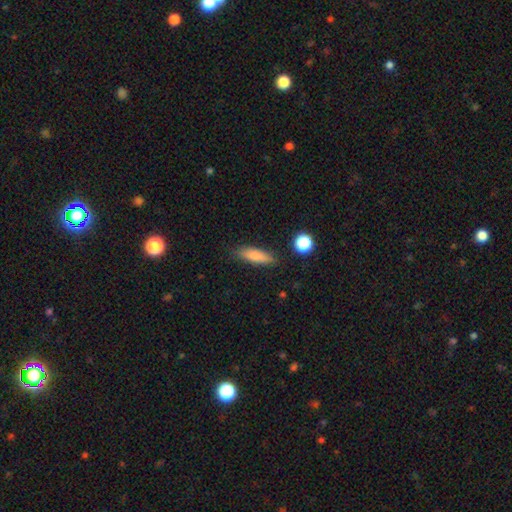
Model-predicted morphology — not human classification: Q: Smooth or featured?
A: smooth (81%); runner-up: featured or disk (11%)
Q: How rounded?
A: cigar-shaped (56%); runner-up: in between (41%)
Q: Merging?
A: none (82%); runner-up: minor disturbance (13%)